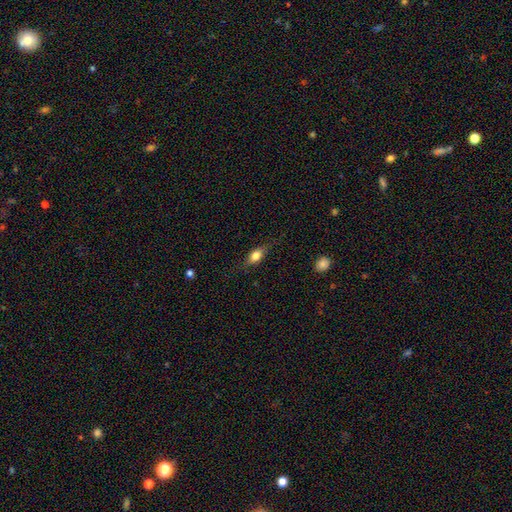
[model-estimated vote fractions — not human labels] smooth-or-featured: smooth: 65% | featured or disk: 27% | star or artifact: 8%
  how-rounded: in between: 70% | cigar-shaped: 22% | round: 8%
  merging: none: 75% | minor disturbance: 18% | major disturbance: 6% | merger: 1%